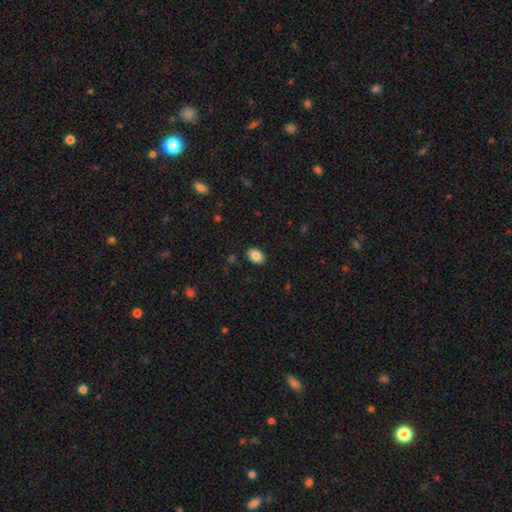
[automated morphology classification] Smooth or featured? Predicted: smooth (p=0.85). How rounded? Predicted: in between (p=0.80). Merging? Predicted: none (p=0.89).